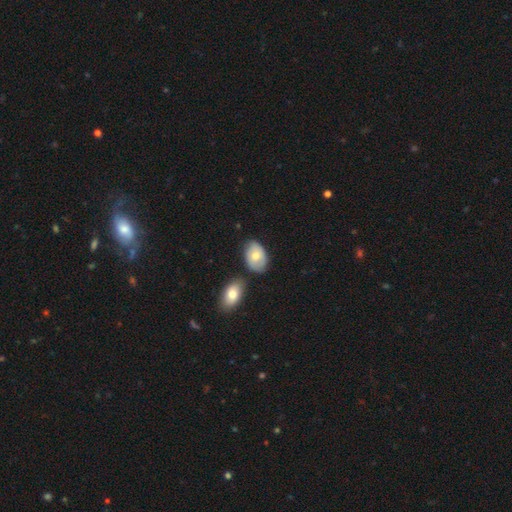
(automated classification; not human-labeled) This appears to be a smooth galaxy with no disk features (71%) that is in between round and cigar-shaped (89%). Merging: none (66%).